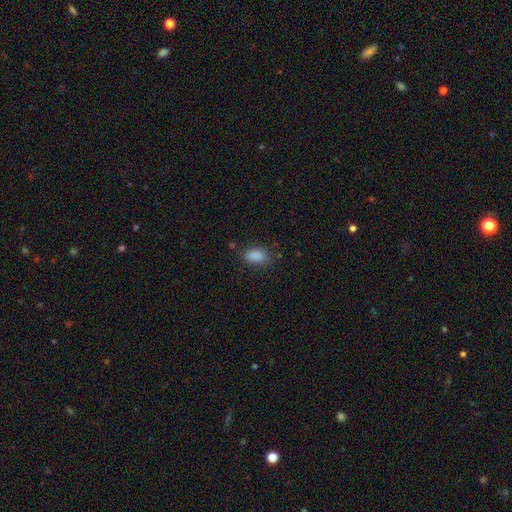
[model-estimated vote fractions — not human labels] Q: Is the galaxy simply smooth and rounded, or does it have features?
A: smooth — 87%.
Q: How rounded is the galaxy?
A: in between — 90%.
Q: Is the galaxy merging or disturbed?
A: none — 79%.